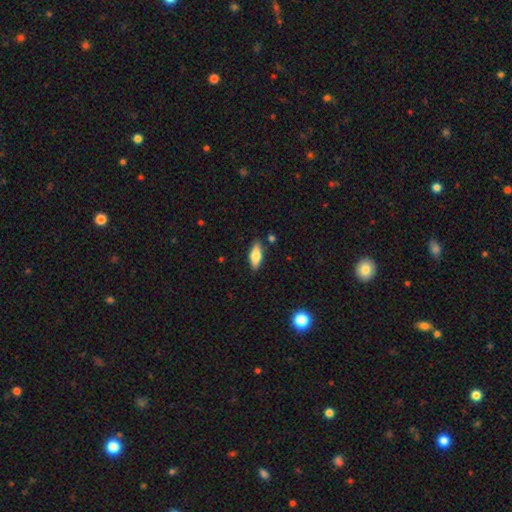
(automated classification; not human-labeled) The model was most divided on "how rounded": in between: 64%, cigar-shaped: 33%, round: 3%. More confident: merging — none (85%); smooth or featured — smooth (62%).